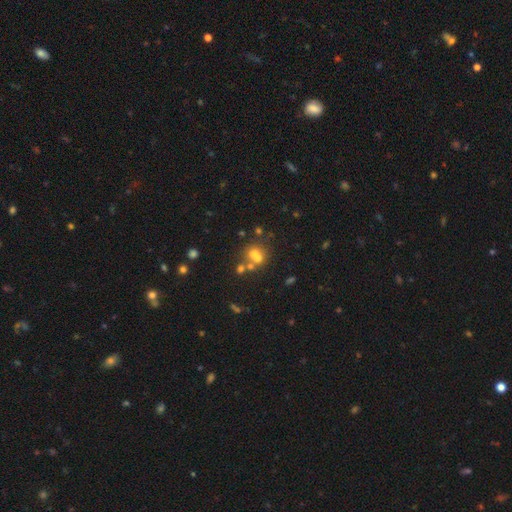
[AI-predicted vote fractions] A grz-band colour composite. It shows a smooth galaxy with no disk features (53%) that is round (69%). Merging: merger (46%).